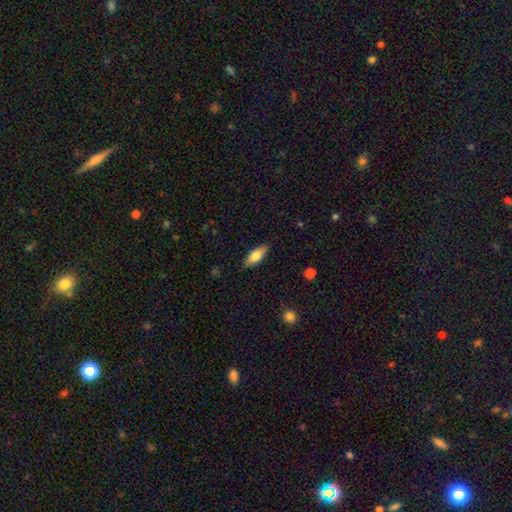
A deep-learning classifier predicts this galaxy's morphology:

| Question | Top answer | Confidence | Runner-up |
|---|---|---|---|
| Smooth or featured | smooth | 76% | featured or disk (18%) |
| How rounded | in between | 71% | cigar-shaped (27%) |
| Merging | none | 87% | minor disturbance (10%) |